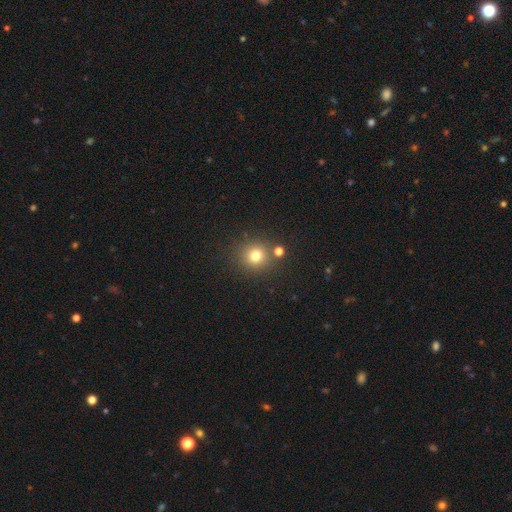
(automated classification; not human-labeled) A smooth galaxy with no disk features (76%) that is round (91%). Merging: none (80%).